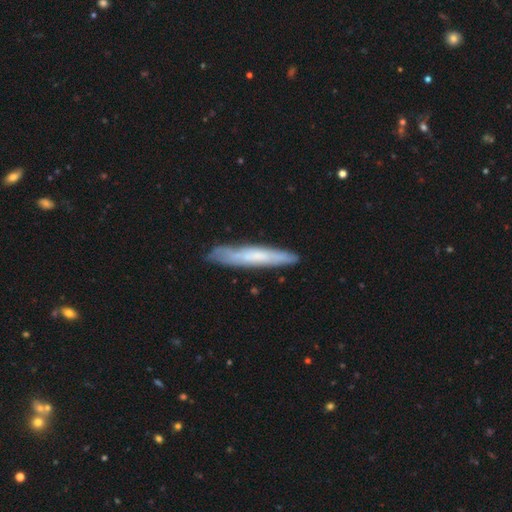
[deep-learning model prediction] Smooth or featured? smooth (51%)
How rounded? cigar-shaped (92%)
Merging? none (80%)